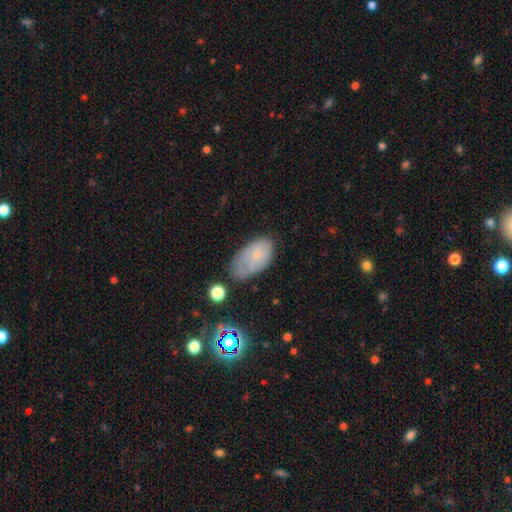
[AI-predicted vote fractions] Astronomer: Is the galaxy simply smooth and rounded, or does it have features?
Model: smooth — 56% (runner-up: featured or disk, 33%).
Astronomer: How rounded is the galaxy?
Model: in between — 92%.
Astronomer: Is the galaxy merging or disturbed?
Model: none — 50% (runner-up: minor disturbance, 34%).